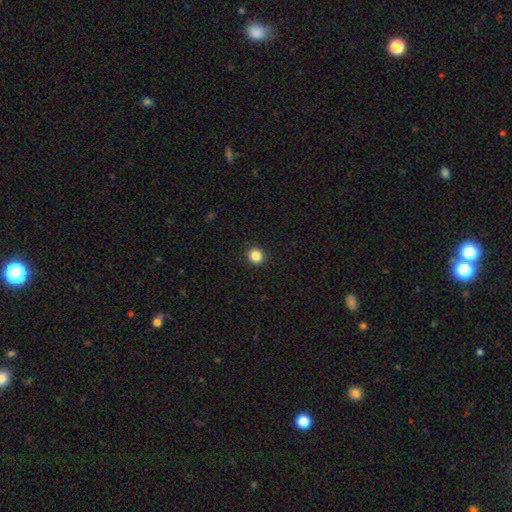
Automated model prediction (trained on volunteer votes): Overall: smooth (86%). How rounded: round (91%). Merging: none (93%).